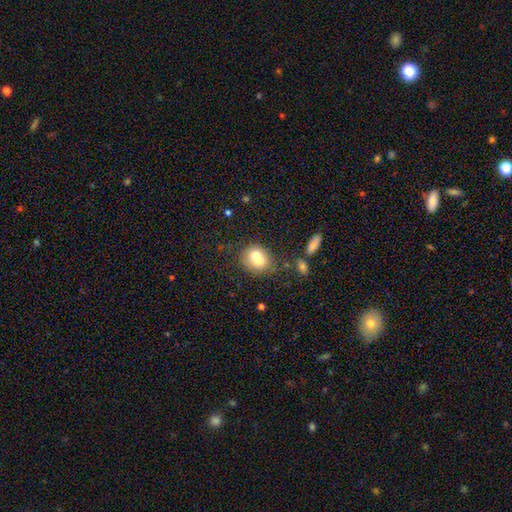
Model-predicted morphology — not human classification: smooth-or-featured: smooth: 67% | featured or disk: 23% | star or artifact: 10%
  how-rounded: round: 63% | in between: 35% | cigar-shaped: 1%
  merging: merger: 53% | none: 34% | minor disturbance: 9% | major disturbance: 4%